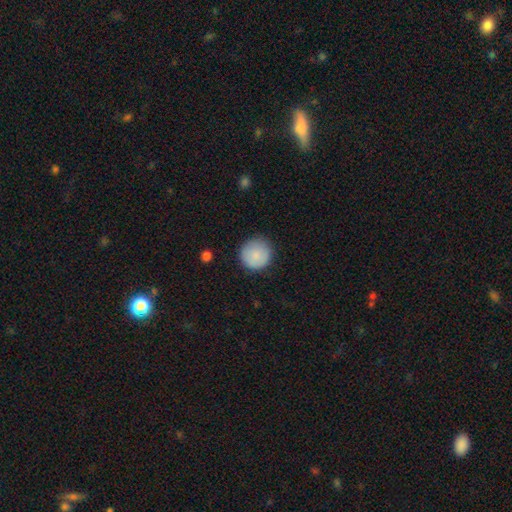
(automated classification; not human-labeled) Smooth or featured?
  - smooth: 85% *
  - featured or disk: 8%
  - star or artifact: 7%
How rounded?
  - round: 94% *
  - in between: 5%
  - cigar-shaped: 1%
Merging?
  - none: 86% *
  - minor disturbance: 10%
  - major disturbance: 2%
  - merger: 1%